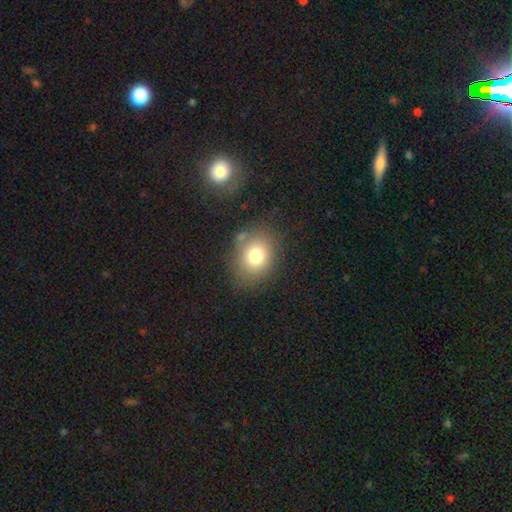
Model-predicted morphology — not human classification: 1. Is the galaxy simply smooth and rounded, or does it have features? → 77% smooth, 12% featured or disk, 11% star or artifact.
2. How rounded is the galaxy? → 51% round, 48% in between, 1% cigar-shaped.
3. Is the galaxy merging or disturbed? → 75% none, 15% minor disturbance, 6% major disturbance, 4% merger.